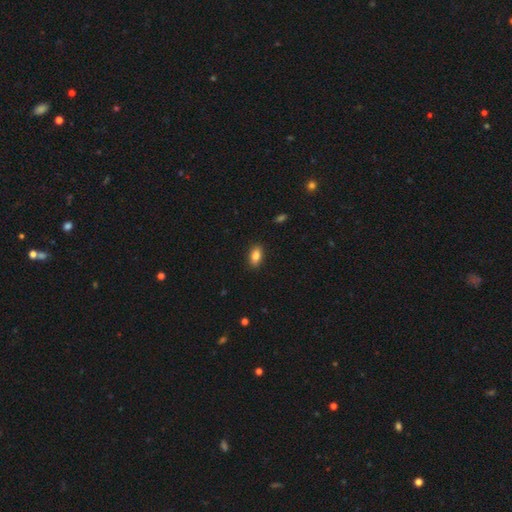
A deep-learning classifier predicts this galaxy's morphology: This appears to be a smooth galaxy with no disk features (85%) that is in between round and cigar-shaped (88%). Merging: none (89%).